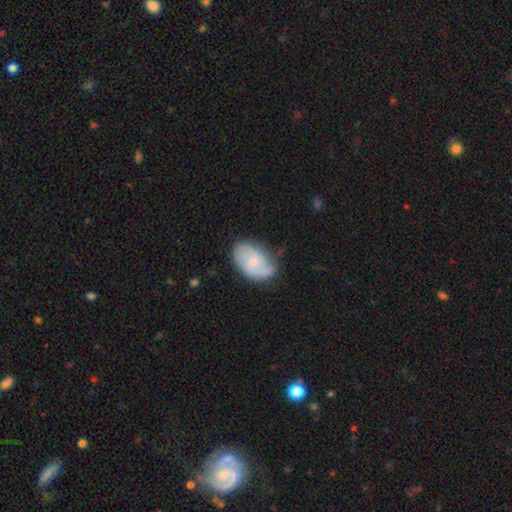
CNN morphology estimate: Smooth or featured?
  - featured or disk: 58% *
  - smooth: 35%
  - star or artifact: 7%
Edge-on disk?
  - no: 97% *
  - yes: 3%
Bar?
  - no: 71% *
  - weak: 26%
  - strong: 4%
Spiral arms?
  - yes: 82% *
  - no: 18%
Bulge size?
  - small: 67% *
  - moderate: 26%
  - none: 4%
  - large: 1%
  - dominant: 1%
Merging?
  - none: 52% *
  - minor disturbance: 33%
  - major disturbance: 11%
  - merger: 3%